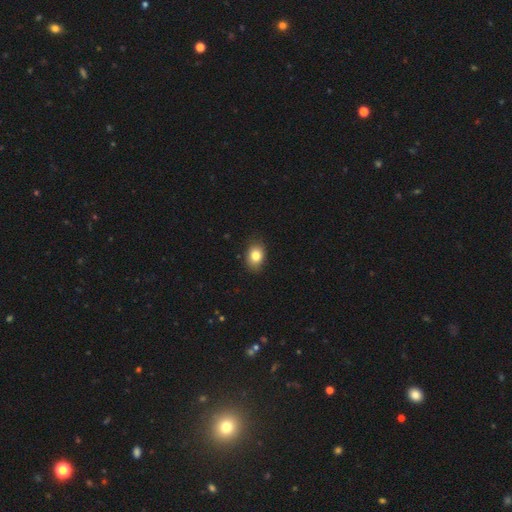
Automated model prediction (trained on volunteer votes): The model was most divided on "how rounded": in between: 67%, round: 32%, cigar-shaped: 1%. More confident: merging — none (85%); smooth or featured — smooth (82%).